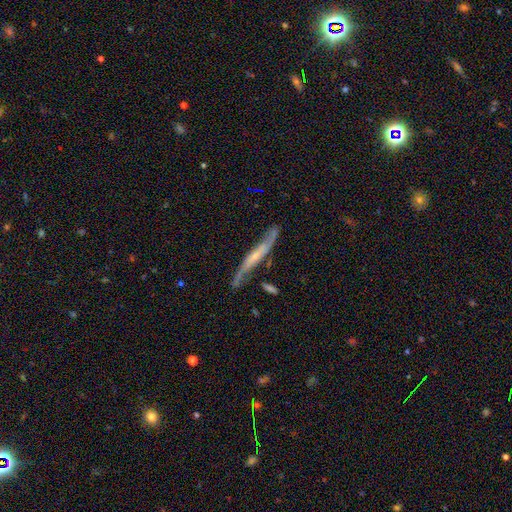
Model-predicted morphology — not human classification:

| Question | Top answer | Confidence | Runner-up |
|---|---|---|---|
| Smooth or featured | featured or disk | 73% | smooth (21%) |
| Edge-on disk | yes | 64% | no (36%) |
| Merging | none | 65% | minor disturbance (23%) |